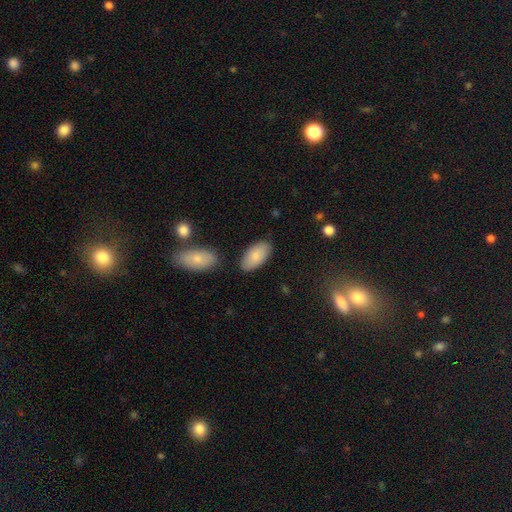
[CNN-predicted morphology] Smooth or featured? smooth (84%)
How rounded? in between (95%)
Merging? none (81%)